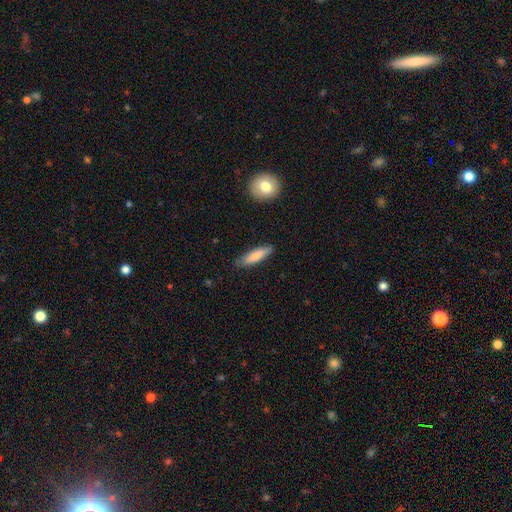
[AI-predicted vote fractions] Q: Smooth or featured?
A: smooth (80%); runner-up: featured or disk (14%)
Q: How rounded?
A: cigar-shaped (70%); runner-up: in between (29%)
Q: Merging?
A: none (85%); runner-up: minor disturbance (11%)